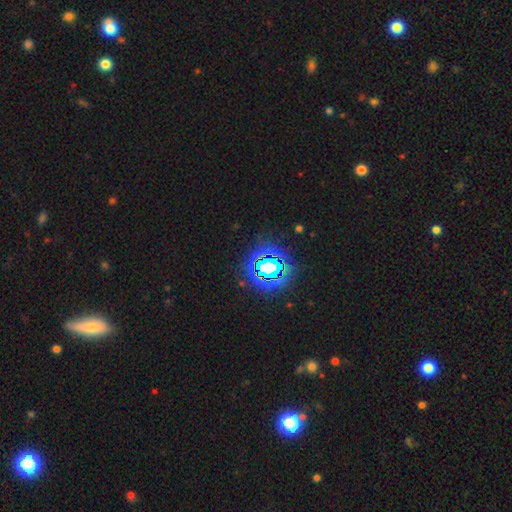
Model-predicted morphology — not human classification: Smooth or featured? star or artifact (78%)